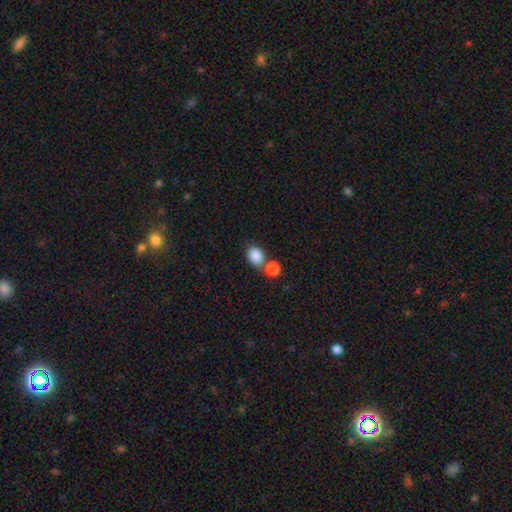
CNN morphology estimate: This is clearly a smooth galaxy (86%). How rounded: likely in between (61%). Merging: possibly none (48%).